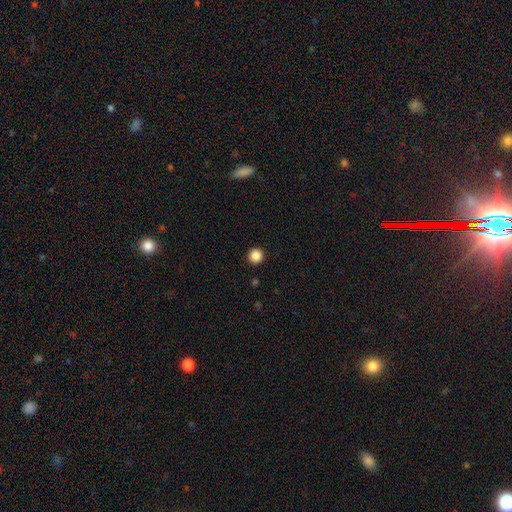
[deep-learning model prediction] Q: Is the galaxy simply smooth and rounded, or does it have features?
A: smooth — 87%.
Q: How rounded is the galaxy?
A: round — 96%.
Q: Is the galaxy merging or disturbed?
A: none — 93%.